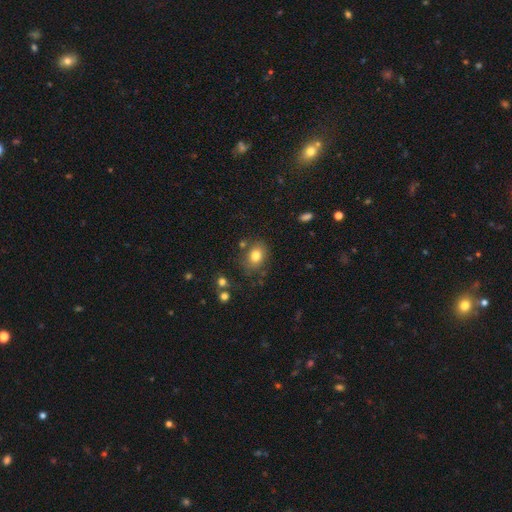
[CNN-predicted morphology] This appears to be a smooth galaxy with no disk features (80%) that is round (52%). Merging: none (76%).